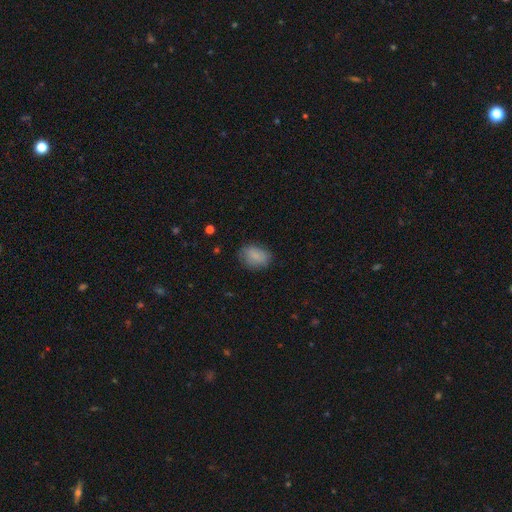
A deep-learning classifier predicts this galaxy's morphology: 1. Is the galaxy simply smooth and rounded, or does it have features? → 85% smooth, 8% star or artifact, 8% featured or disk.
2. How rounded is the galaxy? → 68% in between, 31% round, 1% cigar-shaped.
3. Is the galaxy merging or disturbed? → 76% none, 18% minor disturbance, 5% major disturbance, 1% merger.